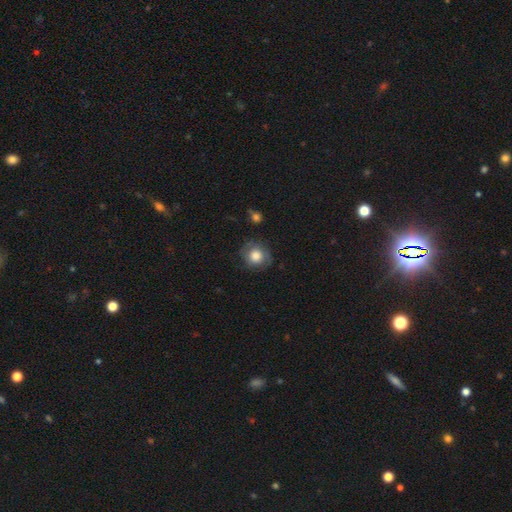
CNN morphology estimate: smooth_or_featured: smooth (p=0.74) [alt: featured or disk p=0.18]
how_rounded: round (p=0.87) [alt: in between p=0.12]
merging: none (p=0.75) [alt: minor disturbance p=0.17]